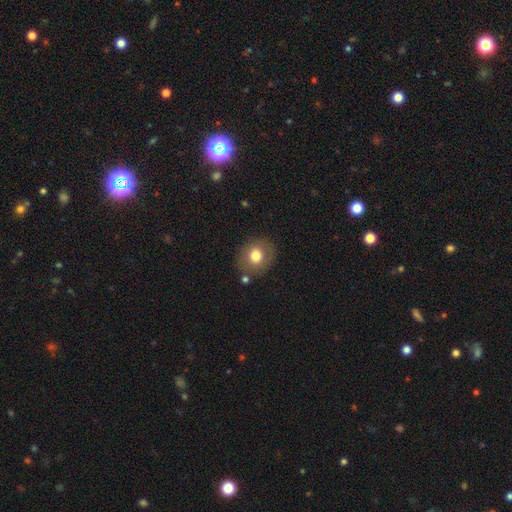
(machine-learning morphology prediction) smooth-or-featured: smooth: 73% | featured or disk: 18% | star or artifact: 9%
  how-rounded: round: 72% | in between: 27% | cigar-shaped: 1%
  merging: none: 80% | minor disturbance: 12% | merger: 4% | major disturbance: 4%